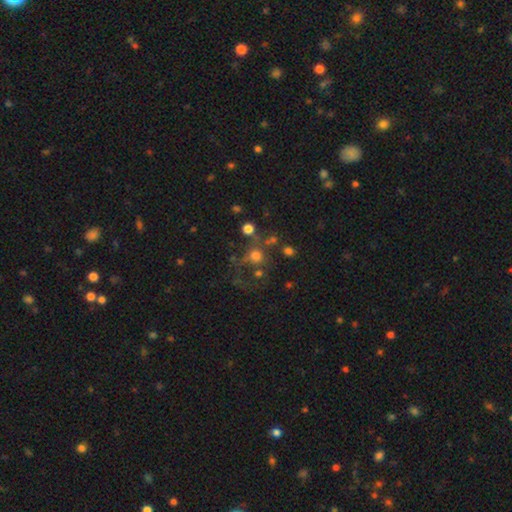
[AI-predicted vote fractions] Morphology: type=smooth (65%); roundness=round (89%); merging=none (60%).